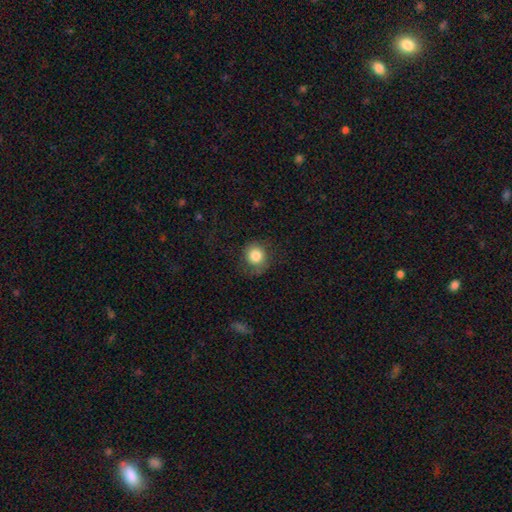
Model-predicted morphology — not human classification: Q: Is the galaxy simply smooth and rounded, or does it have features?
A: smooth — 82%.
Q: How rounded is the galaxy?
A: round — 87%.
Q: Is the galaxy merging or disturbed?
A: none — 70%.